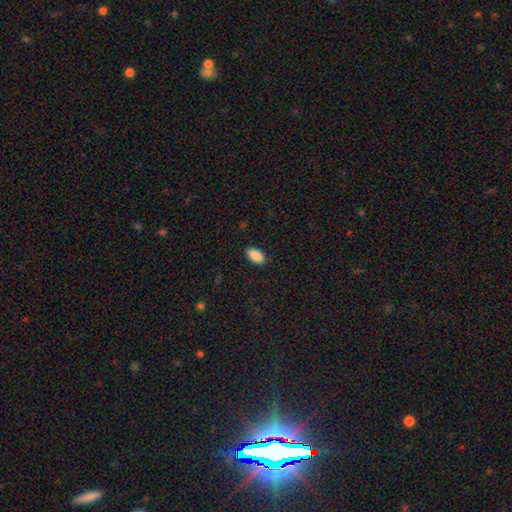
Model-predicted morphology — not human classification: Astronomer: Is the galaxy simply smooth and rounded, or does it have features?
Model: smooth — 89%.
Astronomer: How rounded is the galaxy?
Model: in between — 94%.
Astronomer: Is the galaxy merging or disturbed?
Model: none — 88%.